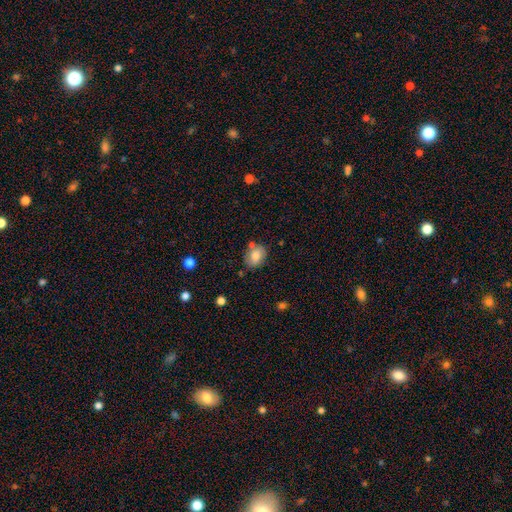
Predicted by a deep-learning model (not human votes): smooth_or_featured: smooth (p=0.76) [alt: featured or disk p=0.15]
how_rounded: in between (p=0.58) [alt: round p=0.41]
merging: none (p=0.69) [alt: minor disturbance p=0.18]